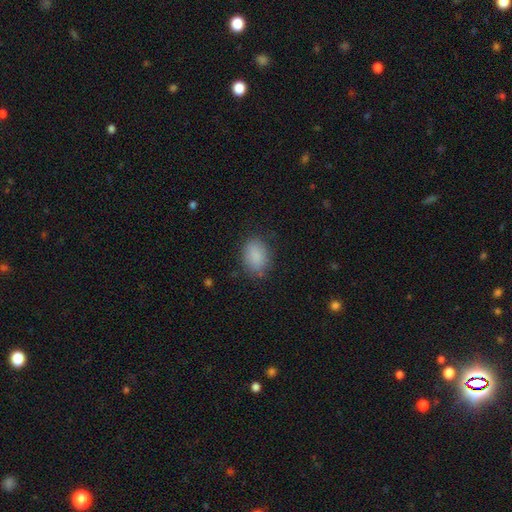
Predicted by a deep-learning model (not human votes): smooth 87%, star or artifact 8%, featured or disk 5%. Down the decision tree: how rounded — in between (70%); merging — none (80%).